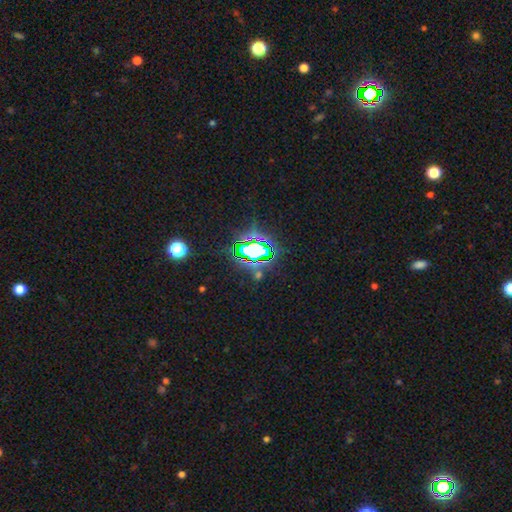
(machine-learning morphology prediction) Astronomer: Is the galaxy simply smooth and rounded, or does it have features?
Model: star or artifact — 71%.